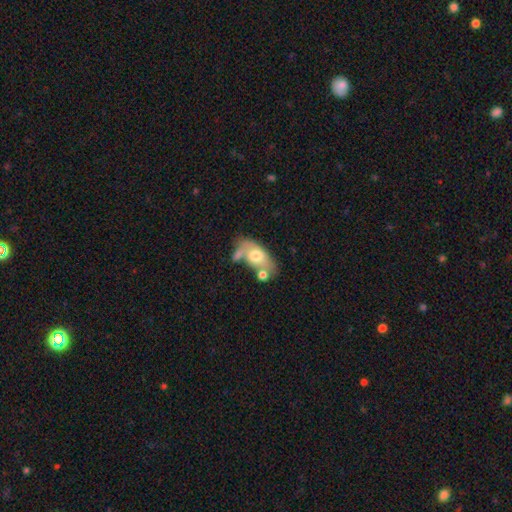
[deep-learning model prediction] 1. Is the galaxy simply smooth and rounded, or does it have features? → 61% smooth, 32% featured or disk, 7% star or artifact.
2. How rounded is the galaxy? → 89% in between, 7% round, 5% cigar-shaped.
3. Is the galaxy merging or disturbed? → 38% none, 32% merger, 20% minor disturbance, 11% major disturbance.